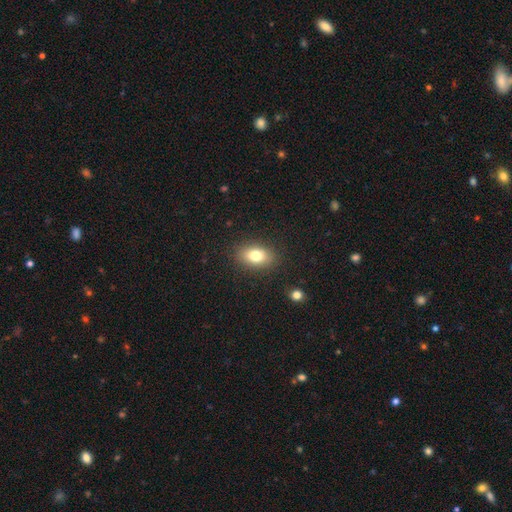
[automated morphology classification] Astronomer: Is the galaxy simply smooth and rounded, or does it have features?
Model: smooth — 77%.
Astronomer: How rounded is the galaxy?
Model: in between — 83%.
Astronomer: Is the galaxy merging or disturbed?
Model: none — 87%.